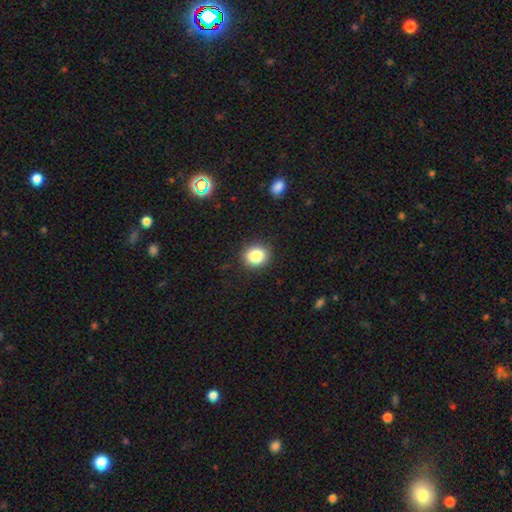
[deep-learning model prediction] Morphology: type=smooth (84%); roundness=round (75%); merging=none (90%).